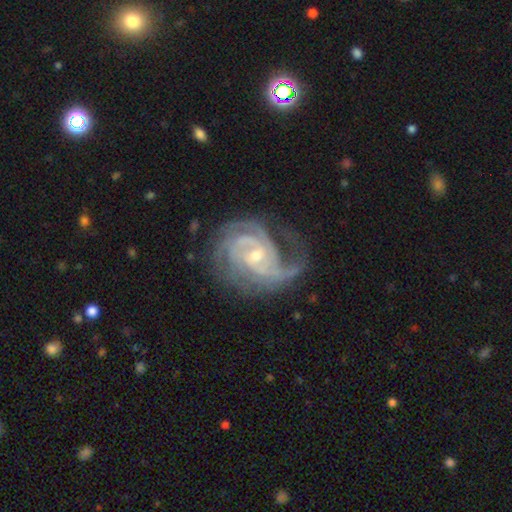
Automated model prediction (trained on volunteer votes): Smooth or featured?
  - featured or disk: 91% *
  - star or artifact: 5%
  - smooth: 4%
Edge-on disk?
  - no: 98% *
  - yes: 2%
Bar?
  - no: 50% *
  - weak: 40%
  - strong: 11%
Spiral arms?
  - yes: 98% *
  - no: 2%
Spiral winding?
  - tight: 56% *
  - medium: 37%
  - loose: 8%
Spiral arm count?
  - 3: 33% *
  - 2: 25%
  - can't tell: 17%
  - 4: 12%
  - 1: 7%
  - more than 4: 6%
Bulge size?
  - small: 60% *
  - moderate: 37%
  - large: 1%
  - none: 1%
  - dominant: 1%
Merging?
  - none: 61% *
  - minor disturbance: 21%
  - major disturbance: 16%
  - merger: 2%